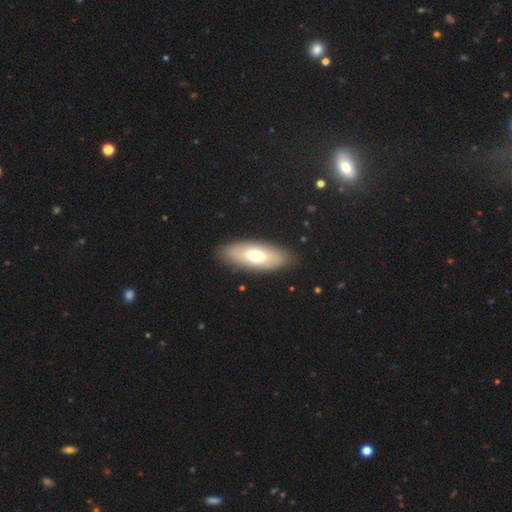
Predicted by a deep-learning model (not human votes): Morphology: type=smooth (64%); roundness=in between (82%); merging=none (87%).